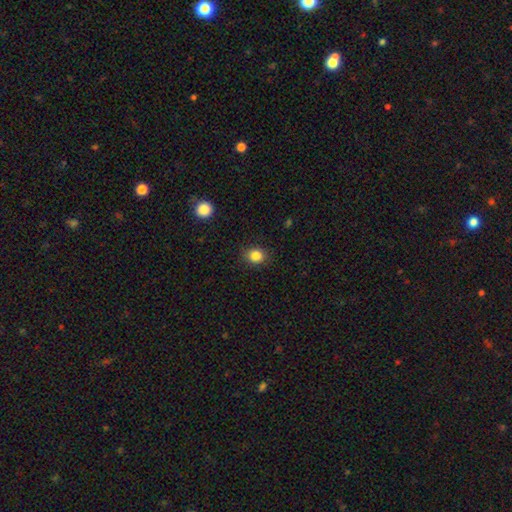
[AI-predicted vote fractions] Smooth or featured: smooth — 85% (star or artifact — 10%)
How rounded: round — 69% (in between — 30%)
Merging: none — 87% (minor disturbance — 10%)